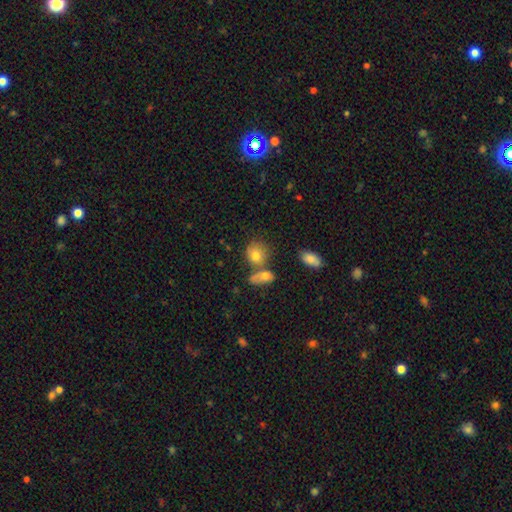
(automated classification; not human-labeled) Smooth or featured? Predicted: smooth (p=0.77). How rounded? Predicted: round (p=0.68). Merging? Predicted: none (p=0.52).